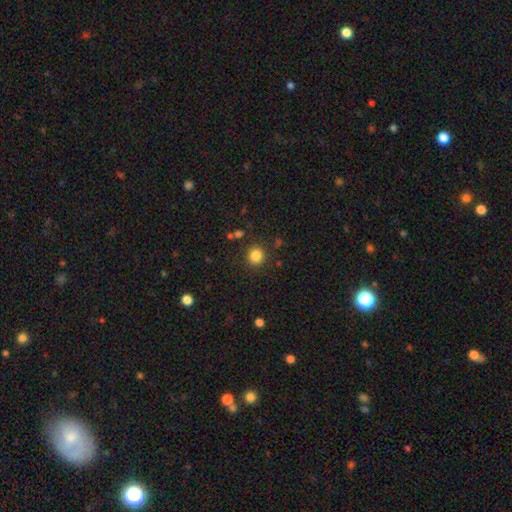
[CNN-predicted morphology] Q: Smooth or featured?
A: smooth (84%); runner-up: star or artifact (12%)
Q: How rounded?
A: round (88%); runner-up: in between (11%)
Q: Merging?
A: none (87%); runner-up: minor disturbance (8%)